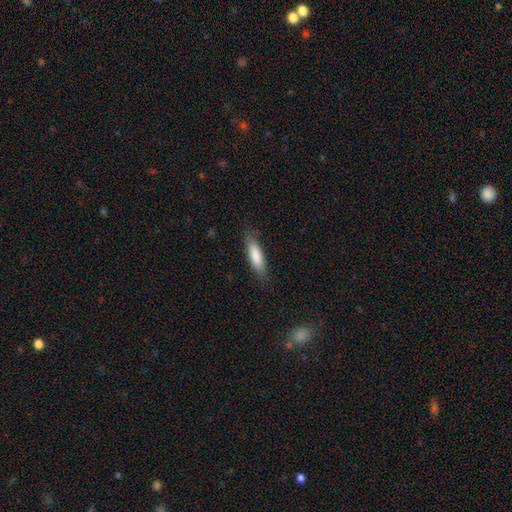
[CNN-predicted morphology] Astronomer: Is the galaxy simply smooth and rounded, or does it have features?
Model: smooth — 82%.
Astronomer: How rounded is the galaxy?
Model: cigar-shaped — 58% (runner-up: in between, 41%).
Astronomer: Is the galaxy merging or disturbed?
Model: none — 80%.